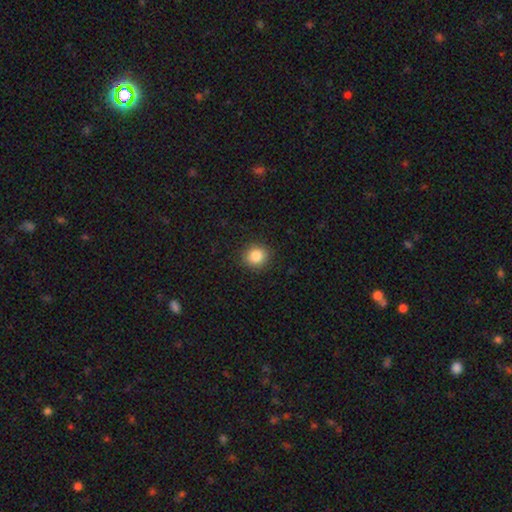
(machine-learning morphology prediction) smooth 84%, star or artifact 11%, featured or disk 5%. Down the decision tree: how rounded — round (82%); merging — none (90%).